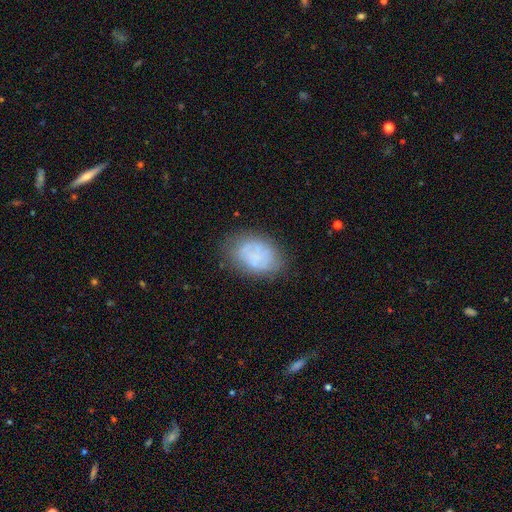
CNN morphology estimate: Q: Smooth or featured?
A: smooth (57%); runner-up: featured or disk (32%)
Q: How rounded?
A: in between (79%); runner-up: round (20%)
Q: Merging?
A: none (68%); runner-up: minor disturbance (21%)